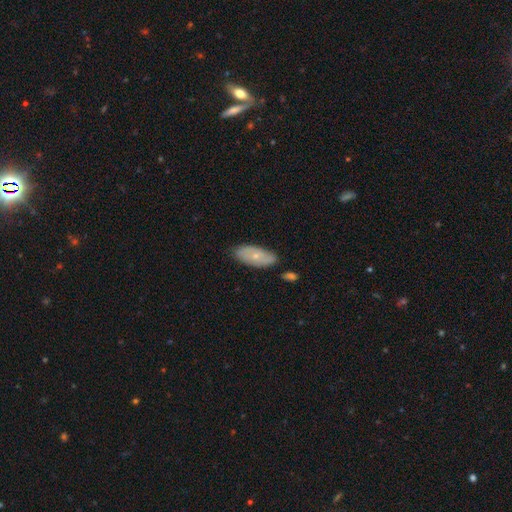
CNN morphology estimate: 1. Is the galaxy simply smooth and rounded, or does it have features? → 55% smooth, 39% featured or disk, 7% star or artifact.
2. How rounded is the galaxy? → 85% in between, 12% cigar-shaped, 3% round.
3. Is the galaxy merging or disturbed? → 76% none, 18% minor disturbance, 3% major disturbance, 3% merger.